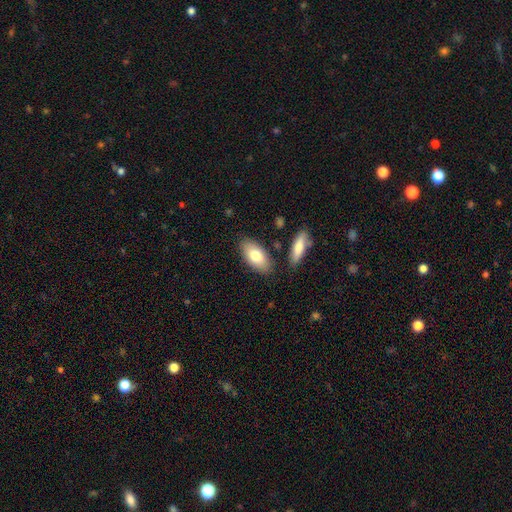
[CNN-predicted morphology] The model was most divided on "smooth or featured": smooth: 77%, featured or disk: 17%, star or artifact: 6%. More confident: how rounded — in between (91%); merging — none (81%).